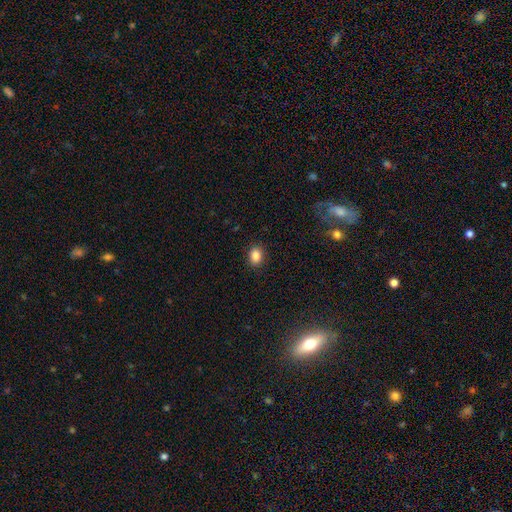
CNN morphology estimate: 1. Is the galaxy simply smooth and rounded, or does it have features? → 87% smooth, 9% star or artifact, 4% featured or disk.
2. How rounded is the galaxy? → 66% in between, 33% round, 1% cigar-shaped.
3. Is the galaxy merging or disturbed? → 89% none, 8% minor disturbance, 2% major disturbance, 1% merger.